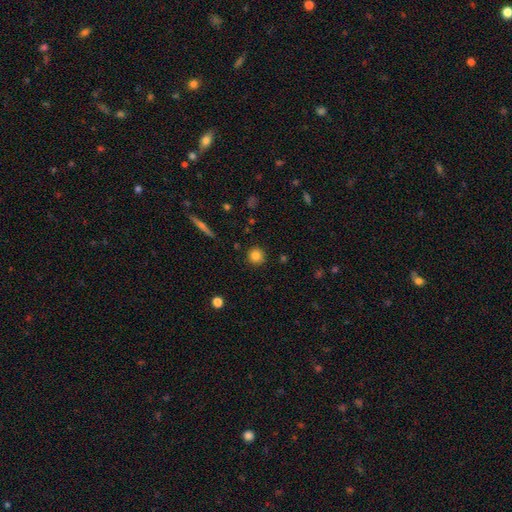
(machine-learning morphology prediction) type=smooth (84%); roundness=round (94%); merging=none (90%).